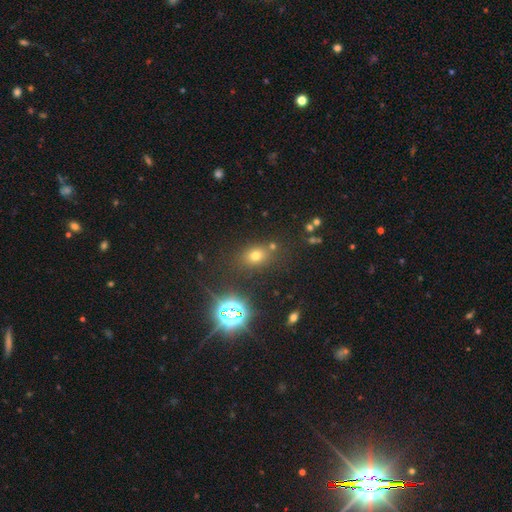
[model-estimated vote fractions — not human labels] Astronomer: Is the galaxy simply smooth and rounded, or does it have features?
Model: smooth — 62%.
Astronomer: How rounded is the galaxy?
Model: in between — 53% (runner-up: round, 45%).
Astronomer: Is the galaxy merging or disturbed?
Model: none — 76%.